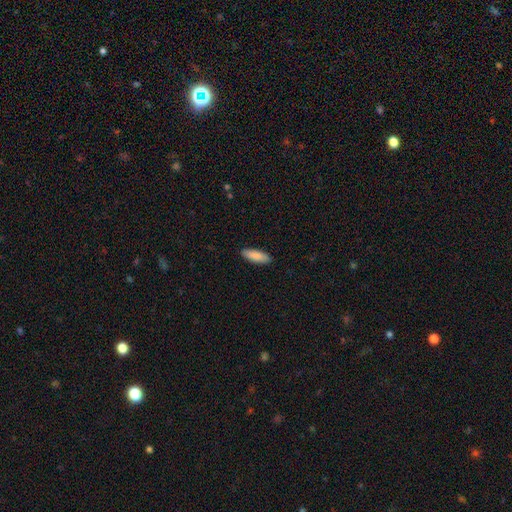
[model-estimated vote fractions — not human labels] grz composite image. It shows a smooth galaxy with no disk features (87%) that is in between round and cigar-shaped (60%). Merging: none (90%).